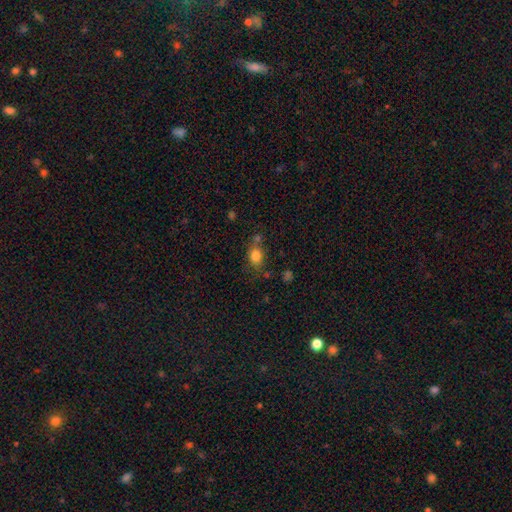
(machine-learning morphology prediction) Smooth or featured?
  - smooth: 82% *
  - star or artifact: 11%
  - featured or disk: 8%
How rounded?
  - in between: 54% *
  - round: 45%
  - cigar-shaped: 2%
Merging?
  - none: 62% *
  - minor disturbance: 17%
  - merger: 14%
  - major disturbance: 6%